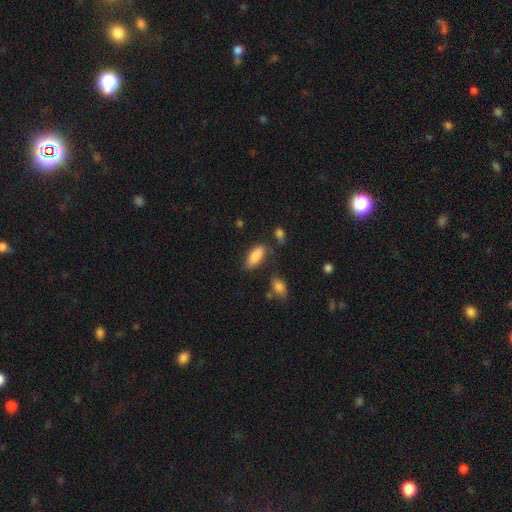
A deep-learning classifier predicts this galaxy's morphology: smooth-or-featured: smooth: 86% | star or artifact: 7% | featured or disk: 7%
  how-rounded: in between: 82% | cigar-shaped: 16% | round: 2%
  merging: none: 66% | minor disturbance: 22% | major disturbance: 7% | merger: 6%